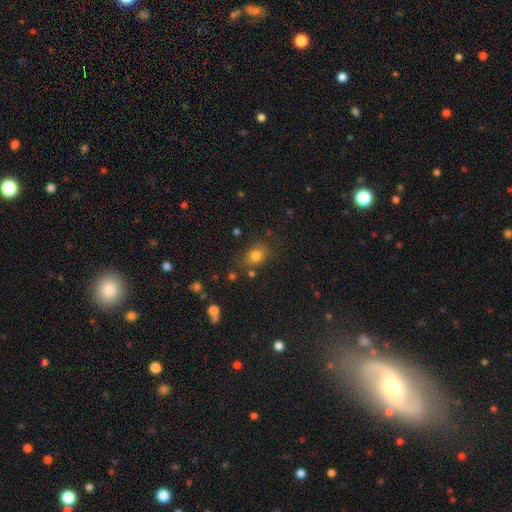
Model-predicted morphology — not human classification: The model was most divided on "how rounded": round: 50%, in between: 49%, cigar-shaped: 1%. More confident: smooth or featured — smooth (78%); merging — none (72%).